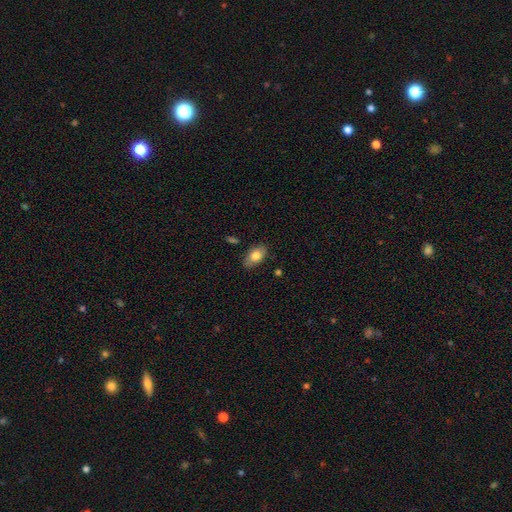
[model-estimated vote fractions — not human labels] smooth-or-featured: smooth: 77% | featured or disk: 16% | star or artifact: 7%
  how-rounded: in between: 91% | round: 7% | cigar-shaped: 2%
  merging: none: 79% | minor disturbance: 16% | major disturbance: 3% | merger: 2%